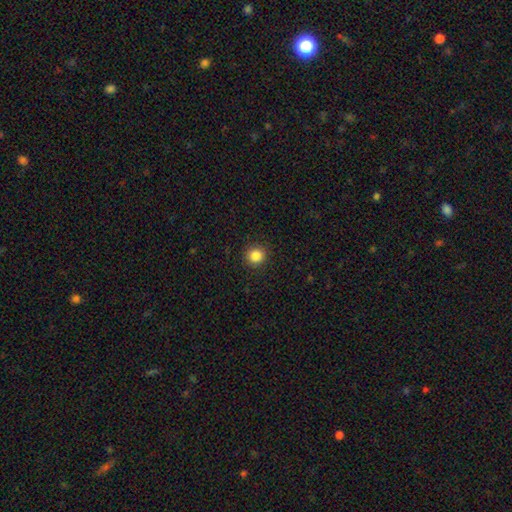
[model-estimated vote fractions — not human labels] The model was most divided on "smooth or featured": smooth: 86%, star or artifact: 11%, featured or disk: 4%. More confident: how rounded — round (93%); merging — none (92%).